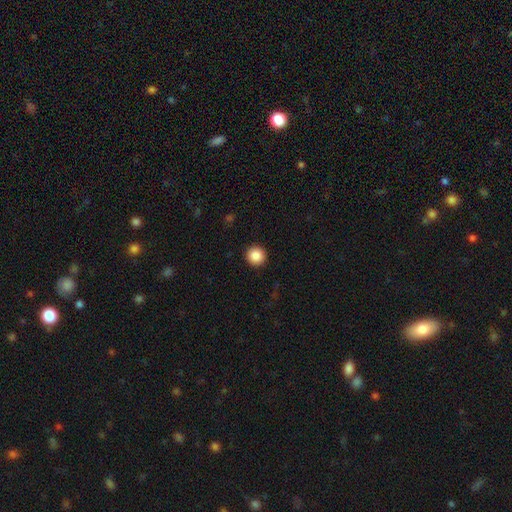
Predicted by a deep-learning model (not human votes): This is clearly a smooth galaxy (88%). How rounded: clearly round (95%). Merging: clearly none (93%).